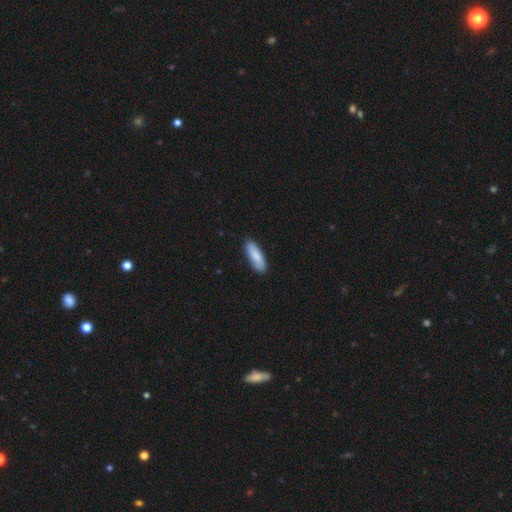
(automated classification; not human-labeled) smooth 85%, featured or disk 10%, star or artifact 5%. Down the decision tree: how rounded — in between (54%); merging — none (87%).